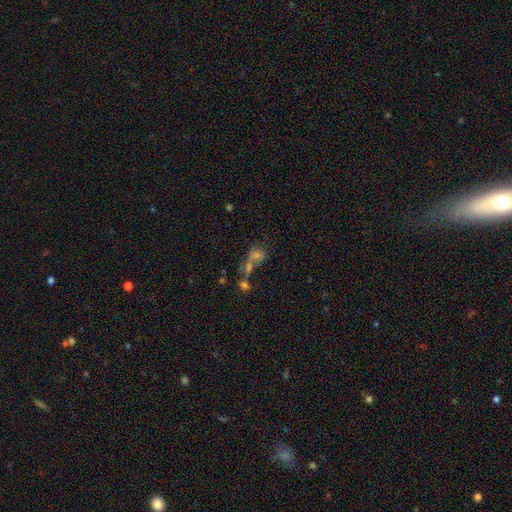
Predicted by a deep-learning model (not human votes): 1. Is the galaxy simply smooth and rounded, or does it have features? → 39% smooth, 33% star or artifact, 28% featured or disk.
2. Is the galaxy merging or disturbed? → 43% merger, 31% none, 15% major disturbance, 11% minor disturbance.